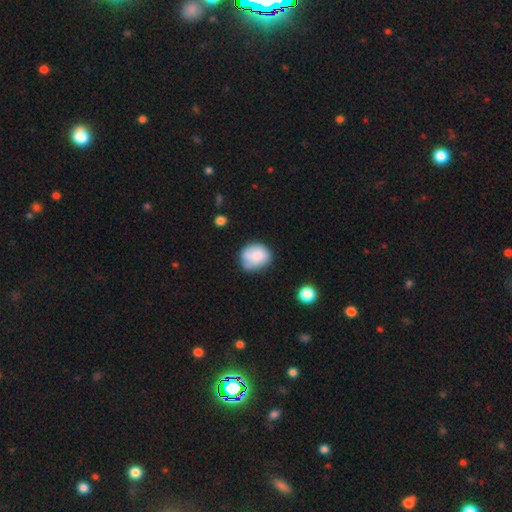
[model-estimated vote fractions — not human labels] This is likely a smooth galaxy (64%). How rounded: likely round (63%). Merging: possibly none (52%).